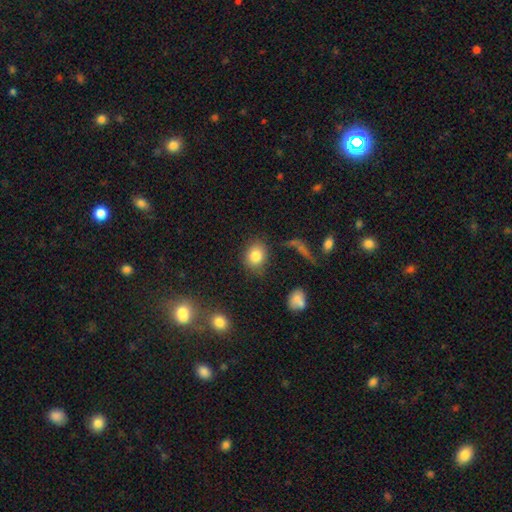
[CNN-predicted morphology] smooth-or-featured: smooth: 83% | star or artifact: 9% | featured or disk: 7%
  how-rounded: round: 60% | in between: 39% | cigar-shaped: 1%
  merging: none: 79% | minor disturbance: 12% | major disturbance: 4% | merger: 4%